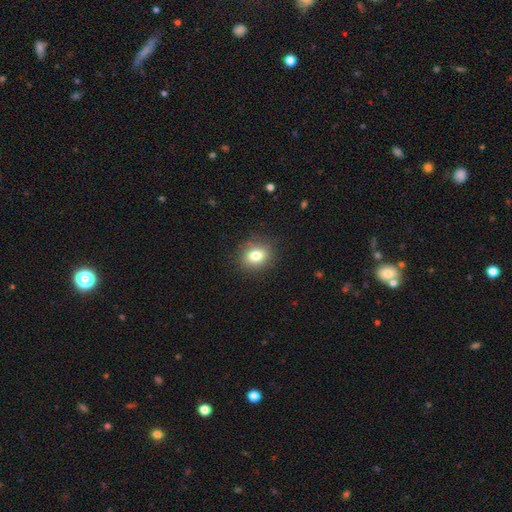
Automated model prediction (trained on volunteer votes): Overall: smooth (81%). How rounded: round (59%; in between 40%). Merging: none (87%).